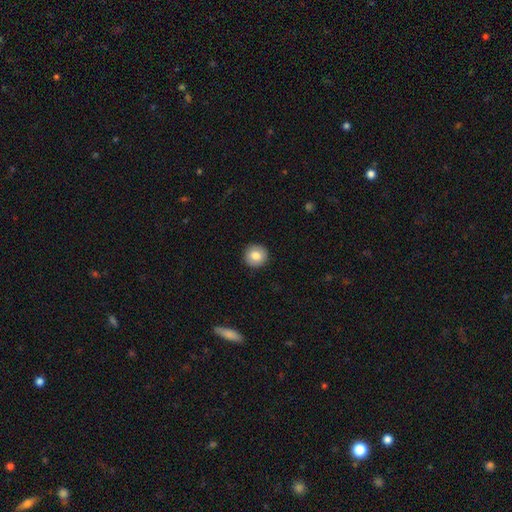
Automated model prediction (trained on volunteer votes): smooth-or-featured: smooth: 82% | featured or disk: 10% | star or artifact: 8%
  how-rounded: round: 94% | in between: 5% | cigar-shaped: 1%
  merging: none: 92% | minor disturbance: 5% | major disturbance: 2% | merger: 1%